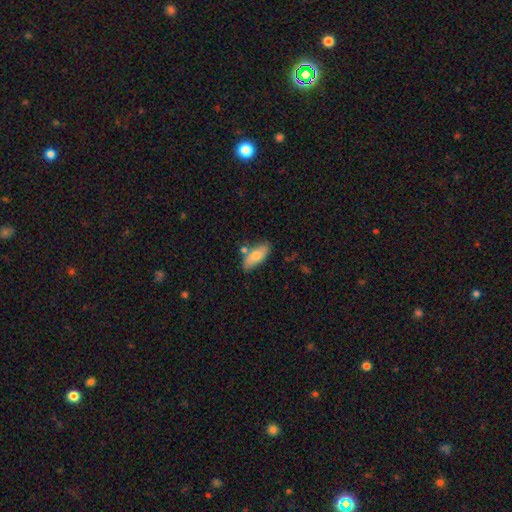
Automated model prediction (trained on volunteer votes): Morphology: type=smooth (72%); roundness=in between (81%); merging=none (70%).